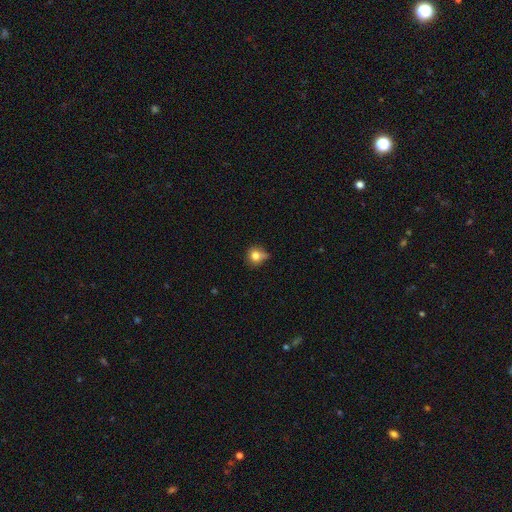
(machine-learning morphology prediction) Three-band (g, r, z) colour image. It shows a smooth galaxy with no disk features (77%) that is round (82%). Merging: none (51%).